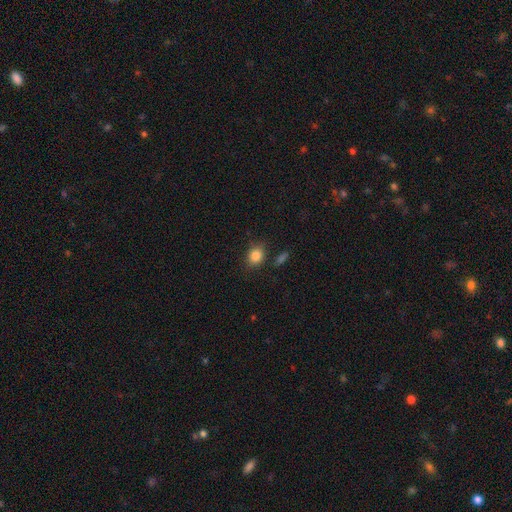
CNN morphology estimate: This is clearly a smooth galaxy (84%). How rounded: possibly round (53%). Merging: likely none (77%).